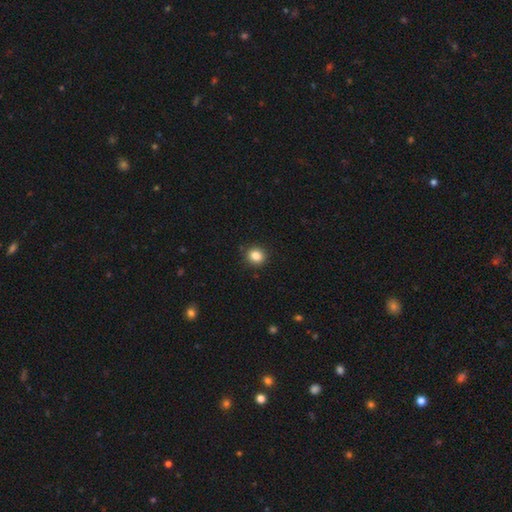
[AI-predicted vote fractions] A smooth galaxy with no disk features (84%) that is round (83%).

Vote fractions:
- Smooth or featured? smooth: 84% / star or artifact: 11% / featured or disk: 5%
- How rounded? round: 83% / in between: 16% / cigar-shaped: 1%
- Merging? none: 90% / minor disturbance: 7% / major disturbance: 2% / merger: 1%